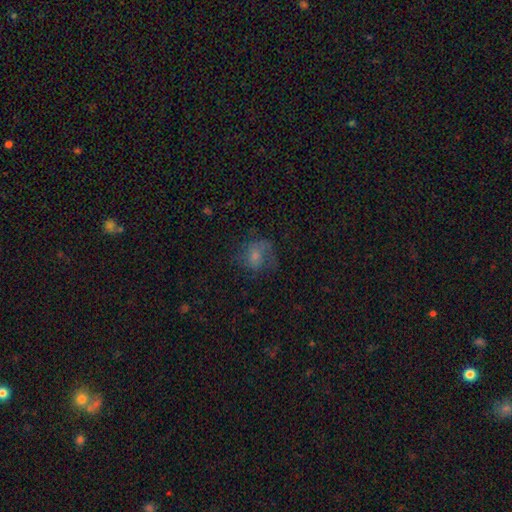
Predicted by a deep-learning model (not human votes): The model was most divided on "how rounded": round: 59%, in between: 40%, cigar-shaped: 1%. Remaining: smooth or featured — smooth (57%); merging — none (48%).